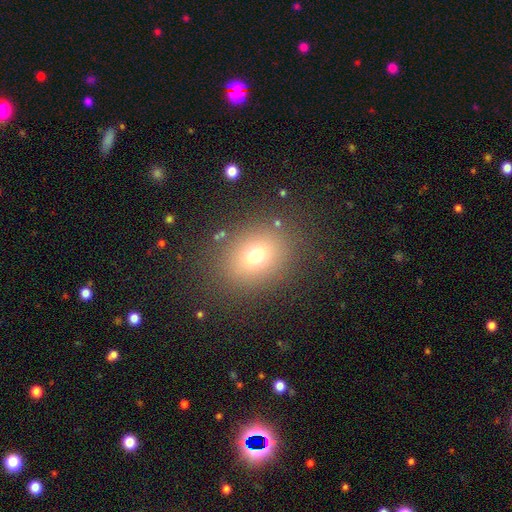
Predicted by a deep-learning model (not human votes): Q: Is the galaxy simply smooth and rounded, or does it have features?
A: smooth — 71%.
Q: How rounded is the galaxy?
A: round — 50%.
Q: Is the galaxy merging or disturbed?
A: none — 84%.